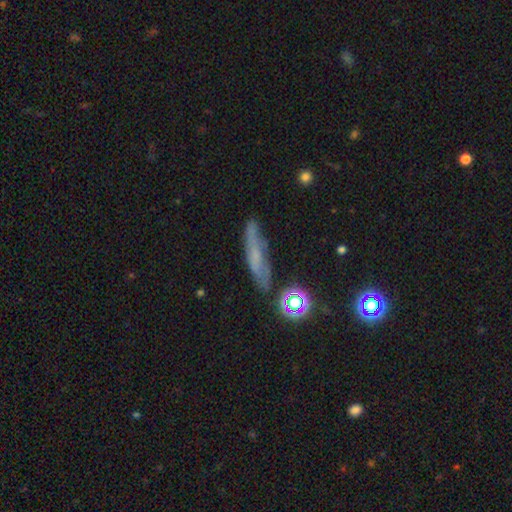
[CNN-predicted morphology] Smooth or featured? smooth (45%)
Merging? none (72%)